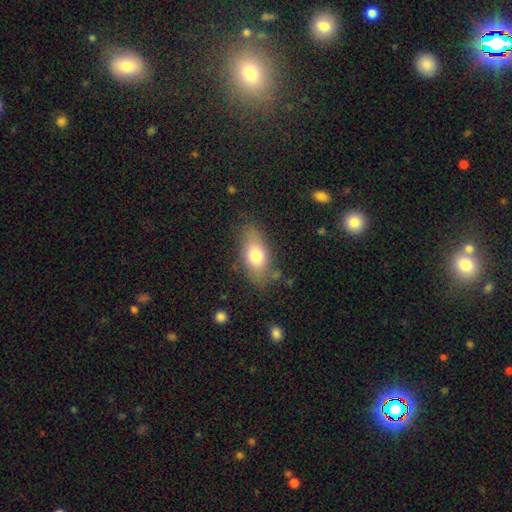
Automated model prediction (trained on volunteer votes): Morphology: type=smooth (72%); roundness=in between (84%); merging=none (74%).